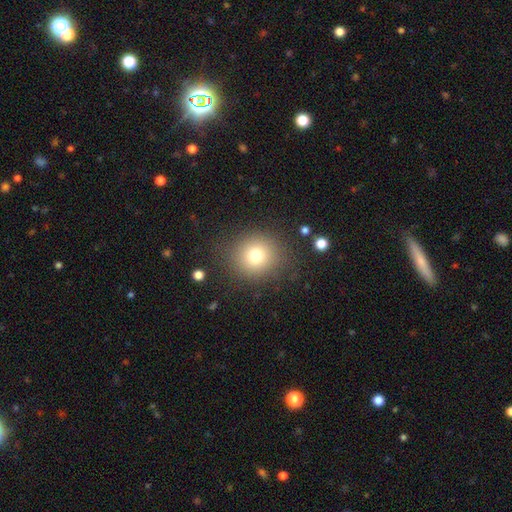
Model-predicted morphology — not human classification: This is likely a smooth galaxy (75%). How rounded: clearly round (86%). Merging: clearly none (84%).